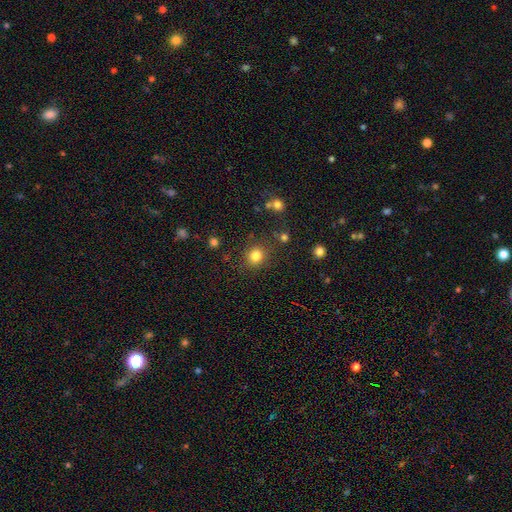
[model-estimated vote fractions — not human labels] A smooth galaxy with no disk features (82%) that is round (86%).

Vote fractions:
- Smooth or featured? smooth: 82% / star or artifact: 13% / featured or disk: 5%
- How rounded? round: 86% / in between: 13% / cigar-shaped: 1%
- Merging? none: 85% / minor disturbance: 9% / major disturbance: 3% / merger: 3%